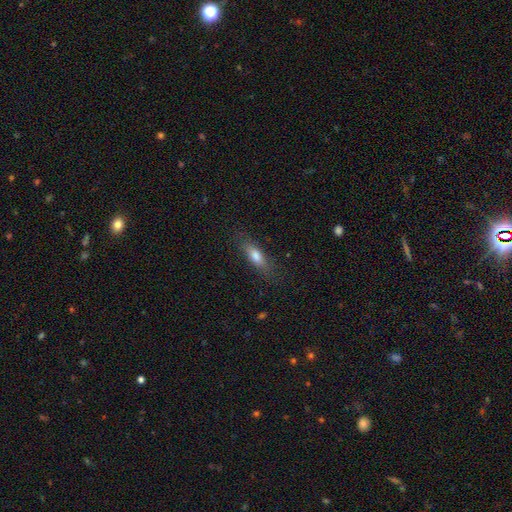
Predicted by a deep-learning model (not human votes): A smooth galaxy with no disk features (73%) that is in between round and cigar-shaped (52%). Merging: none (79%).